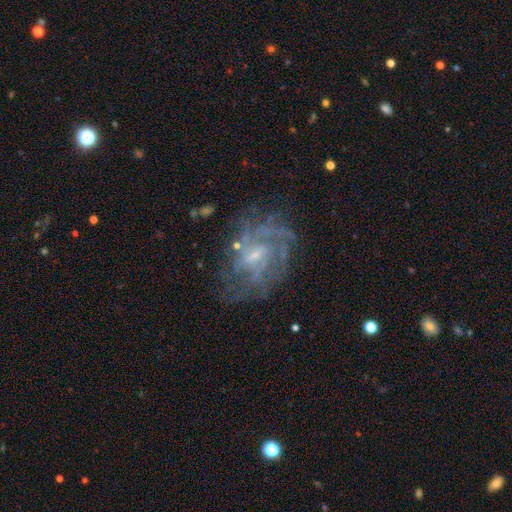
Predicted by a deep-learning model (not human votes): featured or disk 77%, star or artifact 12%, smooth 11%. Down the decision tree: edge-on disk — no (97%); bar — weak (49%); spiral arms — yes (83%); spiral arm count — can't tell (47%); spiral winding — tight (46%); bulge size — small (58%); merging — none (66%).